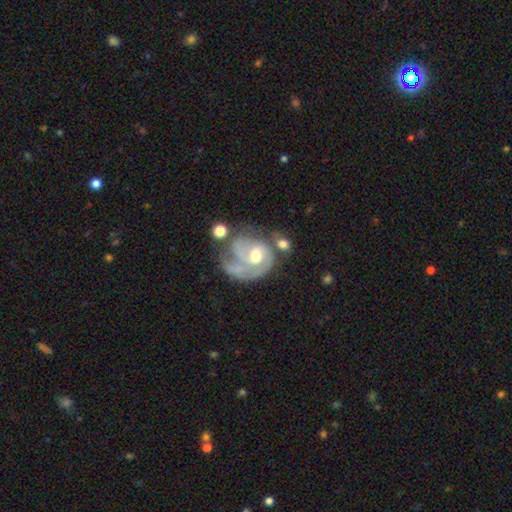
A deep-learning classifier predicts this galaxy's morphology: This appears to be a featured or disk galaxy (75%) with no bar (70%), 1 (35%) tight (44%) spiral arms (84%) and a moderate central bulge (69%). Merging: major disturbance (32%).